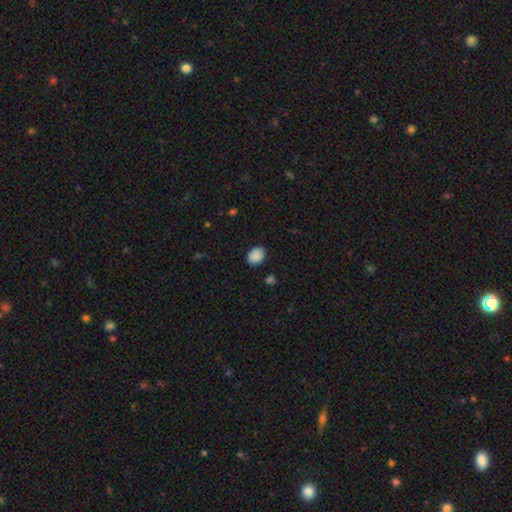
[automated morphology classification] This appears to be a smooth galaxy with no disk features (88%) that is in between round and cigar-shaped (70%). Merging: none (83%).